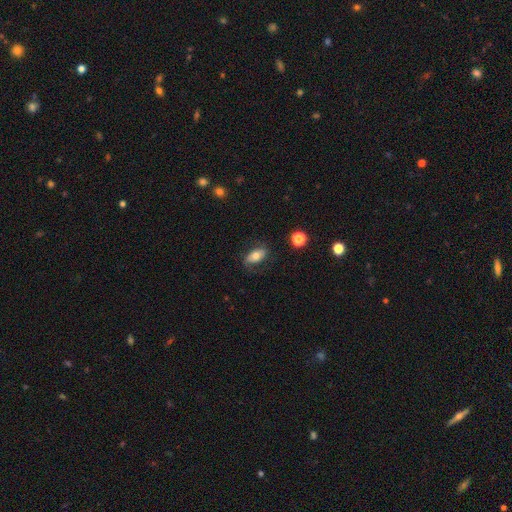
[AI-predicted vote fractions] Smooth or featured: smooth — 63% (featured or disk — 28%)
How rounded: in between — 88% (cigar-shaped — 6%)
Merging: none — 69% (minor disturbance — 20%)